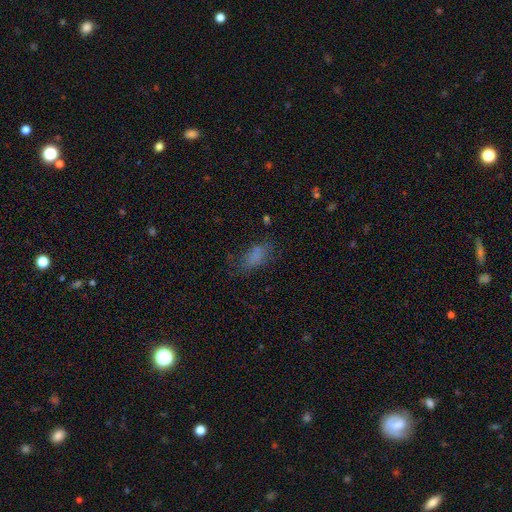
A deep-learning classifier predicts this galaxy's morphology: smooth_or_featured: smooth (p=0.73) [alt: star or artifact p=0.14]
how_rounded: in between (p=0.84) [alt: cigar-shaped p=0.11]
merging: none (p=0.60) [alt: minor disturbance p=0.23]